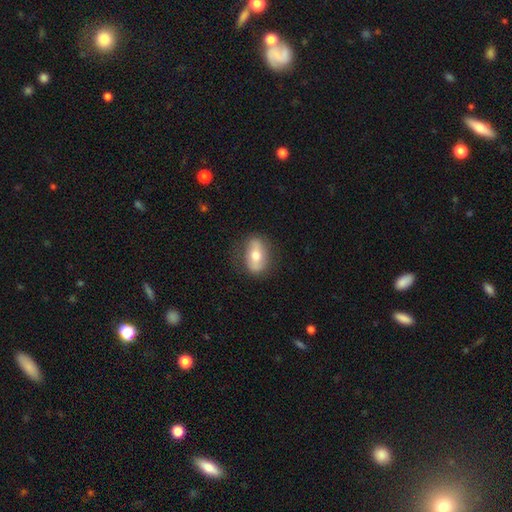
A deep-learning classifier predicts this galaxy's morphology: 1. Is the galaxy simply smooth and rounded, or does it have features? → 52% smooth, 41% featured or disk, 7% star or artifact.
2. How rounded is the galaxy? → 79% in between, 15% round, 6% cigar-shaped.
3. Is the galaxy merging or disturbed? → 78% none, 16% minor disturbance, 5% major disturbance, 1% merger.